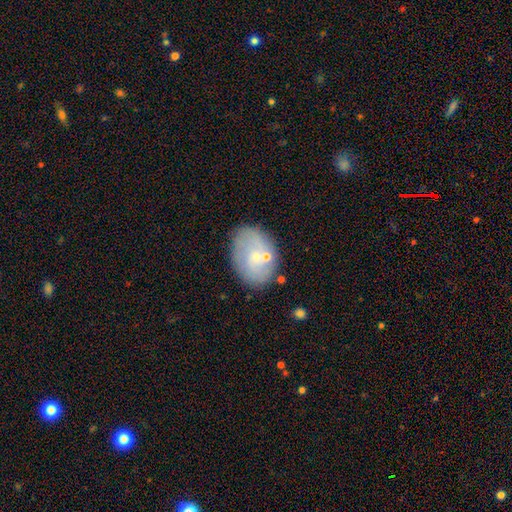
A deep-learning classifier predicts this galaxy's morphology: Smooth or featured: smooth — 54% (featured or disk — 37%)
How rounded: in between — 75% (round — 24%)
Merging: none — 69% (minor disturbance — 17%)